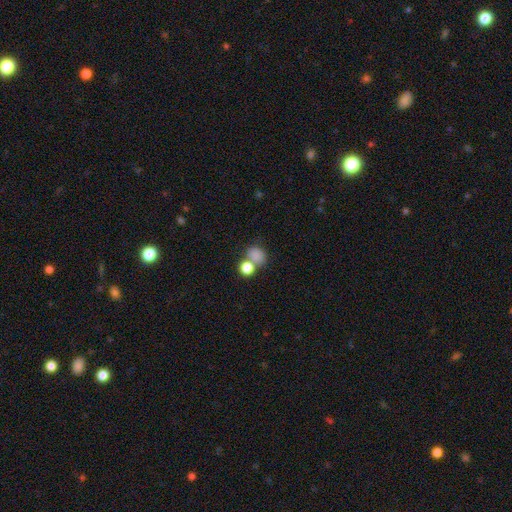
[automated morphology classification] Smooth or featured? Predicted: smooth (p=0.80). How rounded? Predicted: round (p=0.64). Merging? Predicted: none (p=0.49).